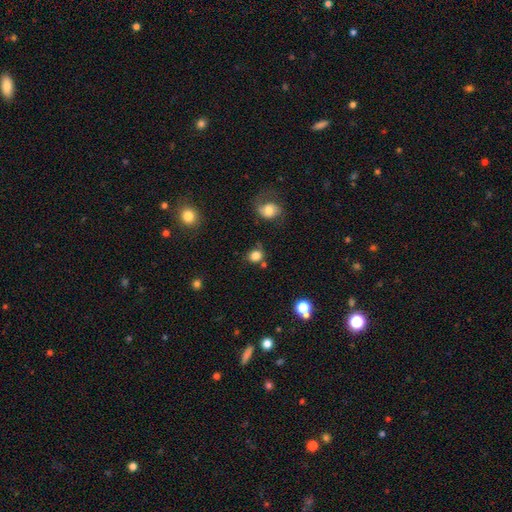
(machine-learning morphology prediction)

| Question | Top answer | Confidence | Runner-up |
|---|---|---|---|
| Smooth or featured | smooth | 81% | star or artifact (12%) |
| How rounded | round | 72% | in between (27%) |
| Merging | none | 66% | minor disturbance (17%) |